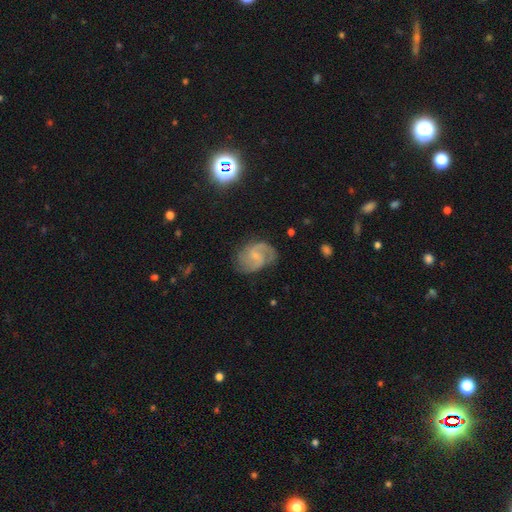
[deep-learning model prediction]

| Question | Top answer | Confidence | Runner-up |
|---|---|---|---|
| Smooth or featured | featured or disk | 81% | smooth (13%) |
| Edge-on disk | no | 98% | yes (2%) |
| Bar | weak | 52% | no (39%) |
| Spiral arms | yes | 95% | no (5%) |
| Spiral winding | medium | 53% | loose (27%) |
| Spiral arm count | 2 | 79% | can't tell (8%) |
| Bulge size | small | 60% | none (19%) |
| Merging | none | 69% | minor disturbance (20%) |